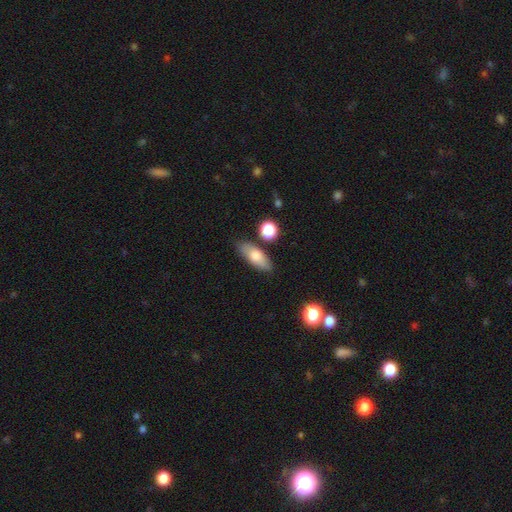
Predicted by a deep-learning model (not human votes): Morphology: type=smooth (73%); roundness=in between (74%); merging=none (76%).